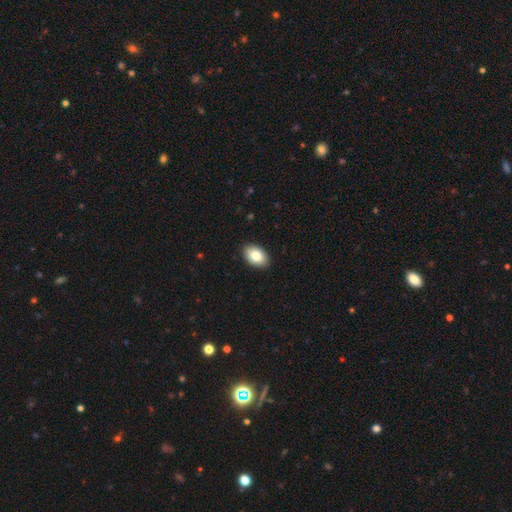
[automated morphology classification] Smooth or featured: smooth — 84% (featured or disk — 9%)
How rounded: in between — 89% (round — 10%)
Merging: none — 90% (minor disturbance — 7%)